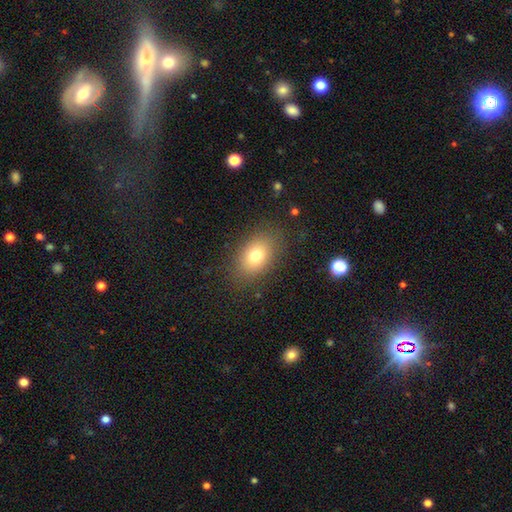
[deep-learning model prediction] The model was most divided on "how rounded": in between: 78%, round: 20%, cigar-shaped: 2%. More confident: merging — none (83%); smooth or featured — smooth (76%).